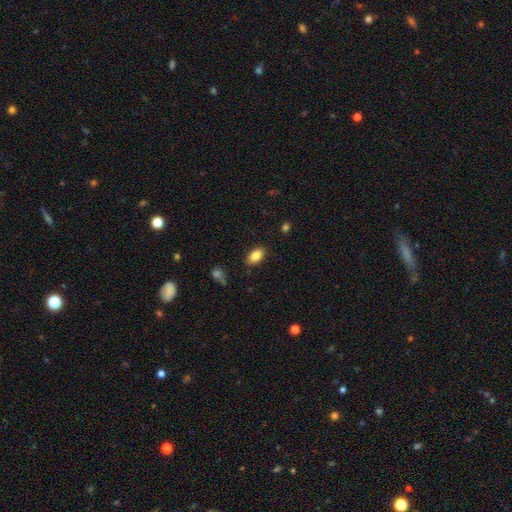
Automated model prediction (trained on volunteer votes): A smooth galaxy with no disk features (83%) that is in between round and cigar-shaped (91%). Merging: none (85%).